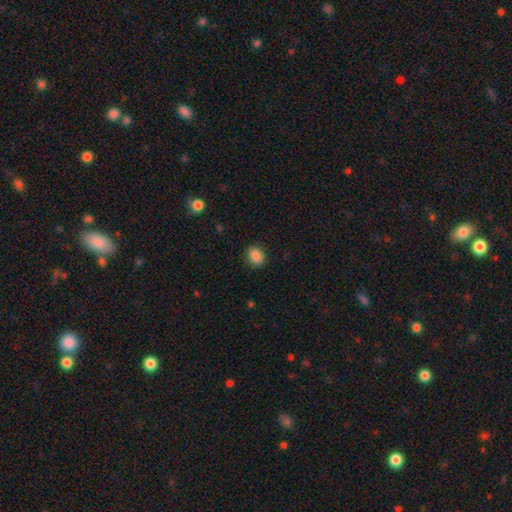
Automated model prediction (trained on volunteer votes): The model was most divided on "how rounded": round: 53%, in between: 46%, cigar-shaped: 1%. More confident: merging — none (87%); smooth or featured — smooth (86%).